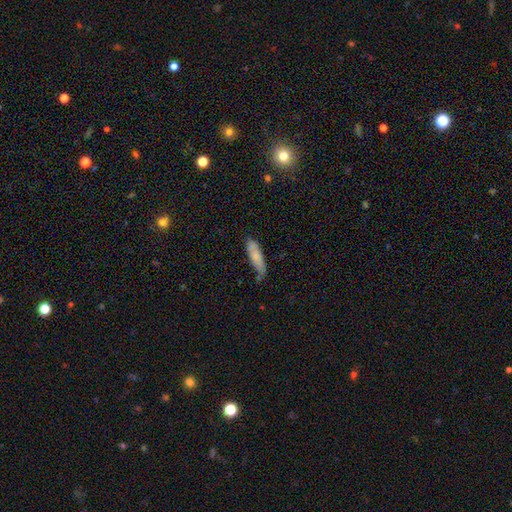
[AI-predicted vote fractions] smooth_or_featured: smooth (p=0.75) [alt: featured or disk p=0.18]
how_rounded: cigar-shaped (p=0.64) [alt: in between p=0.35]
merging: none (p=0.64) [alt: minor disturbance p=0.28]